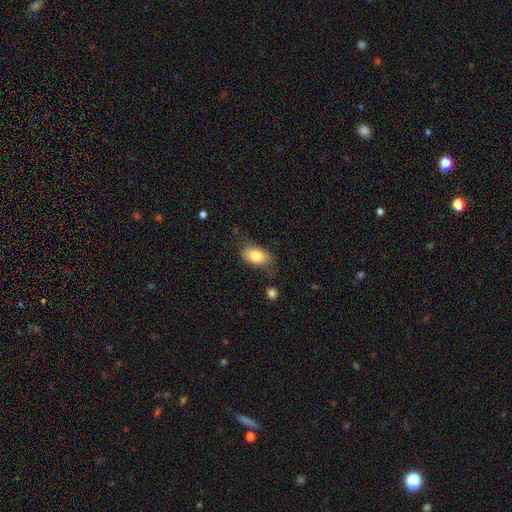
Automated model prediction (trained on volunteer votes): A smooth galaxy with no disk features (81%) that is in between round and cigar-shaped (90%). Merging: none (66%).